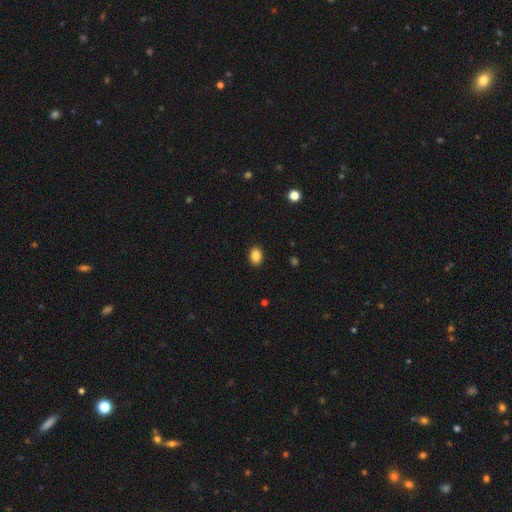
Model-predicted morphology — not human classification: Smooth or featured? Predicted: smooth (p=0.86). How rounded? Predicted: in between (p=0.67). Merging? Predicted: none (p=0.91).